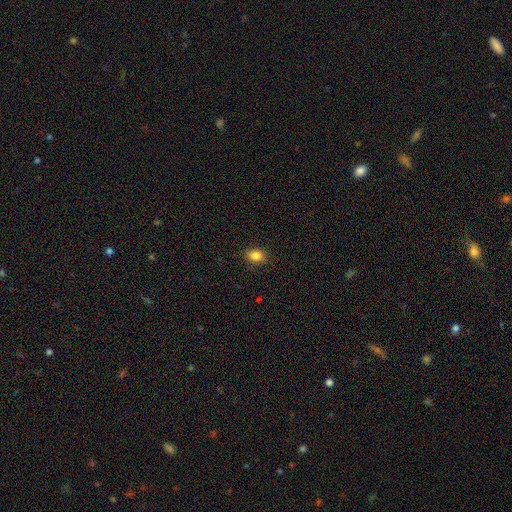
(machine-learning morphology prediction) This is clearly a smooth galaxy (86%). How rounded: likely in between (72%). Merging: clearly none (88%).